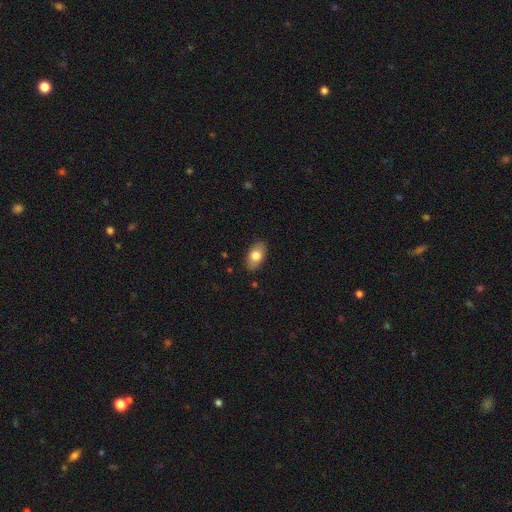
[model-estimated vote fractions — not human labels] Smooth or featured? Predicted: smooth (p=0.78). How rounded? Predicted: in between (p=0.92). Merging? Predicted: none (p=0.86).